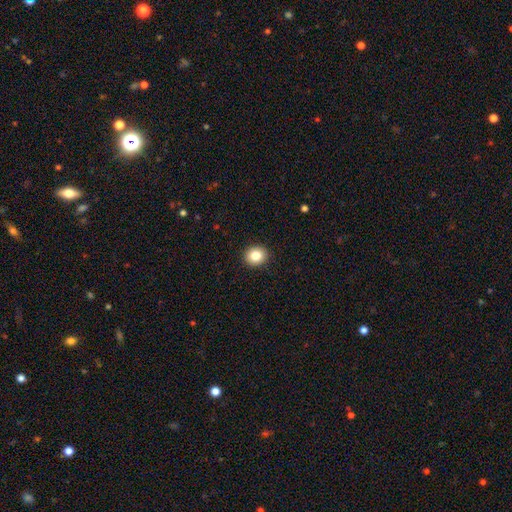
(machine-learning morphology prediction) smooth_or_featured: smooth (p=0.83) [alt: star or artifact p=0.10]
how_rounded: round (p=0.79) [alt: in between p=0.20]
merging: none (p=0.92) [alt: minor disturbance p=0.05]